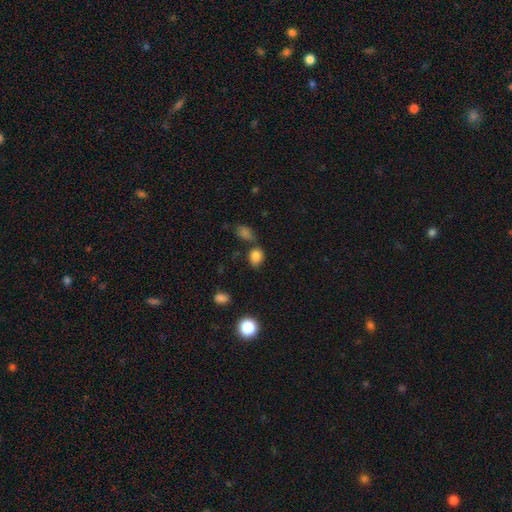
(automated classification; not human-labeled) This is clearly a smooth galaxy (82%). How rounded: likely in between (60%). Merging: possibly none (60%).